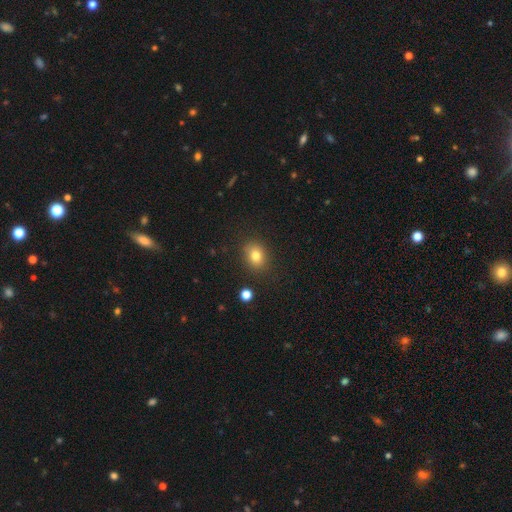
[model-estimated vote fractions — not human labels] Smooth or featured? Predicted: smooth (p=0.80). How rounded? Predicted: in between (p=0.53). Merging? Predicted: none (p=0.85).